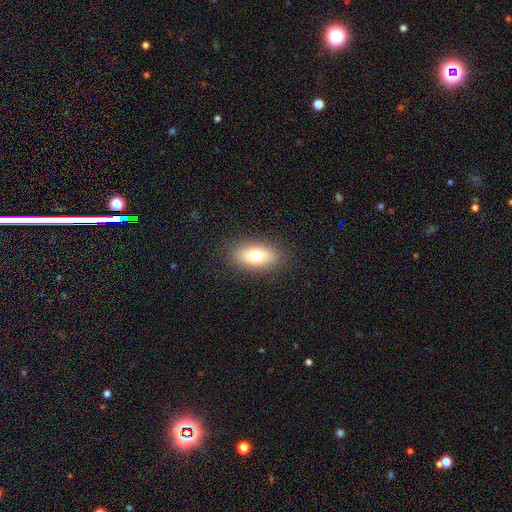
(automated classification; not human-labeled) Smooth or featured: smooth — 73% (featured or disk — 18%)
How rounded: in between — 85% (cigar-shaped — 8%)
Merging: none — 88% (minor disturbance — 9%)